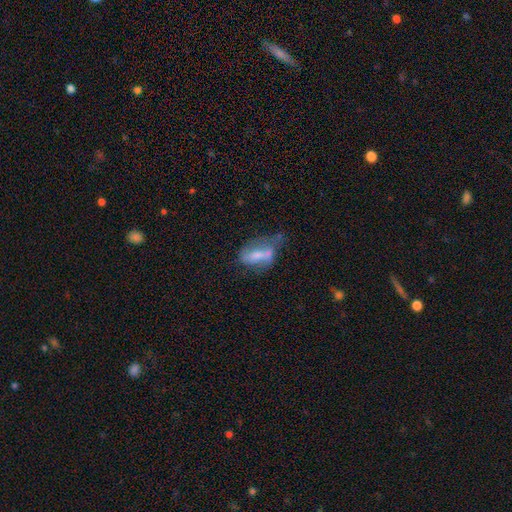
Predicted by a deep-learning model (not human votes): Smooth or featured?
  - featured or disk: 46% *
  - smooth: 44%
  - star or artifact: 10%
Merging?
  - none: 29% *
  - minor disturbance: 25%
  - merger: 23%
  - major disturbance: 22%